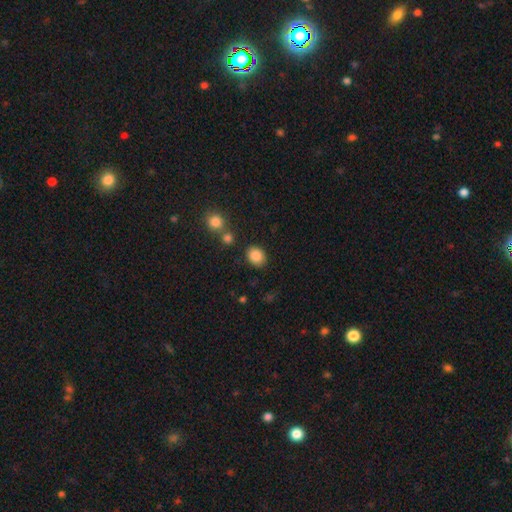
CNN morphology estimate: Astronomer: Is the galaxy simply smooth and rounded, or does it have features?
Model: smooth — 86%.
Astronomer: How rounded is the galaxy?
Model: in between — 53% (runner-up: round, 46%).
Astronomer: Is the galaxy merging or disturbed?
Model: none — 83%.